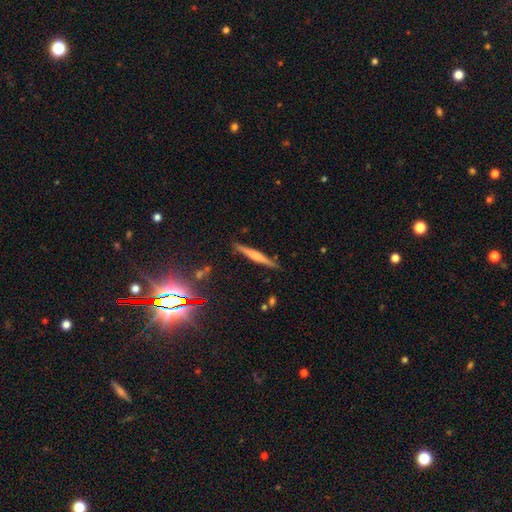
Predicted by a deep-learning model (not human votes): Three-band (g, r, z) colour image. It shows a featured or disk galaxy (55%) viewed edge-on (97%) with a rounded central bulge (57%). Merging: none (89%).